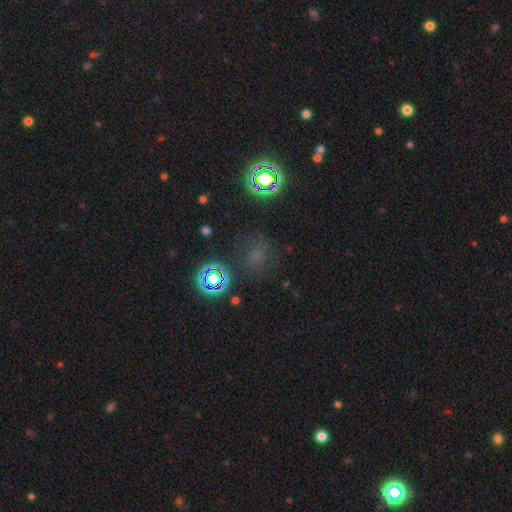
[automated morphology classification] The model was most divided on "smooth or featured": star or artifact: 48%, smooth: 40%, featured or disk: 12%.